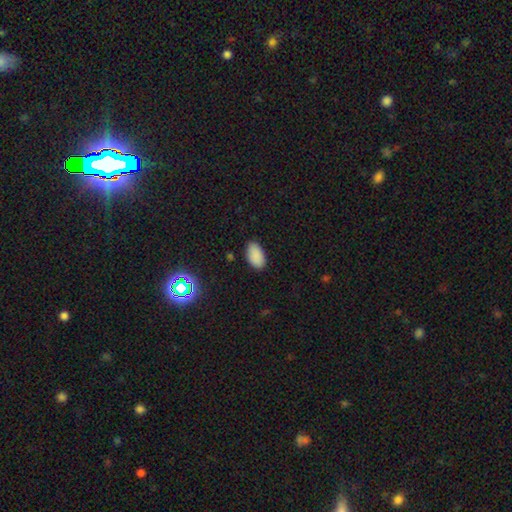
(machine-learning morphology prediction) smooth 87%, star or artifact 10%, featured or disk 3%. Down the decision tree: how rounded — in between (95%); merging — none (85%).